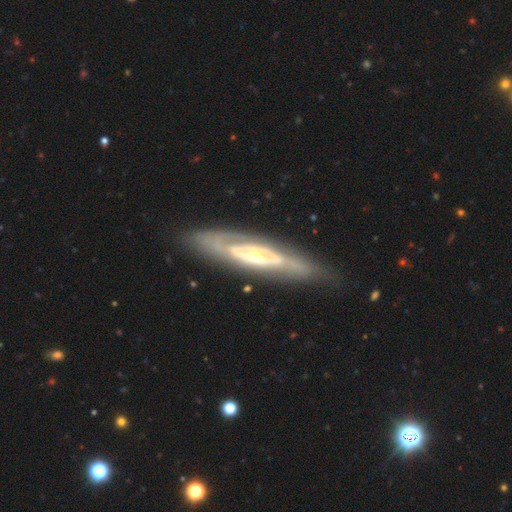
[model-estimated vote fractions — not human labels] Morphology: type=featured or disk (80%); edge-on=no (65%); bar=no (69%); spiral arms=yes (53%); bulge=moderate (52%); merging=none (80%).